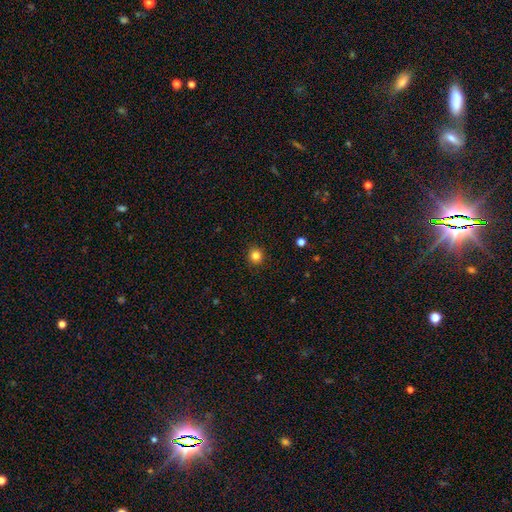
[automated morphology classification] smooth 83%, star or artifact 12%, featured or disk 5%. Down the decision tree: how rounded — round (91%); merging — none (92%).